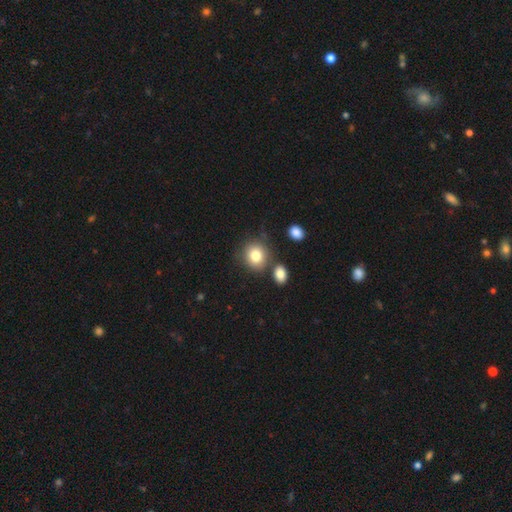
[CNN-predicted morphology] type=smooth (80%); roundness=round (78%); merging=none (72%).